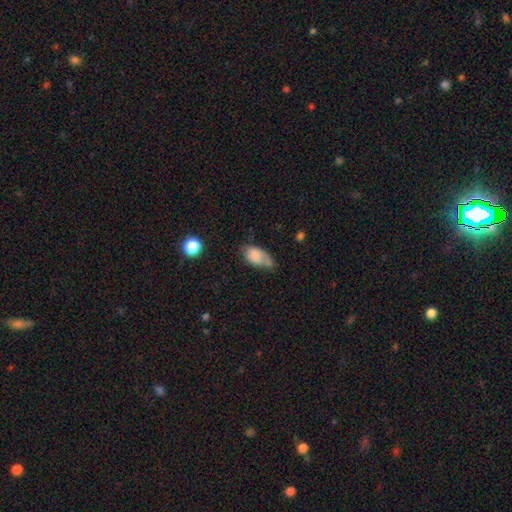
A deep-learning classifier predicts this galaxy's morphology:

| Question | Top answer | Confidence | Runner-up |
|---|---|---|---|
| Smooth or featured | smooth | 74% | featured or disk (17%) |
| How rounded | in between | 90% | round (7%) |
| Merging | none | 38% | minor disturbance (36%) |